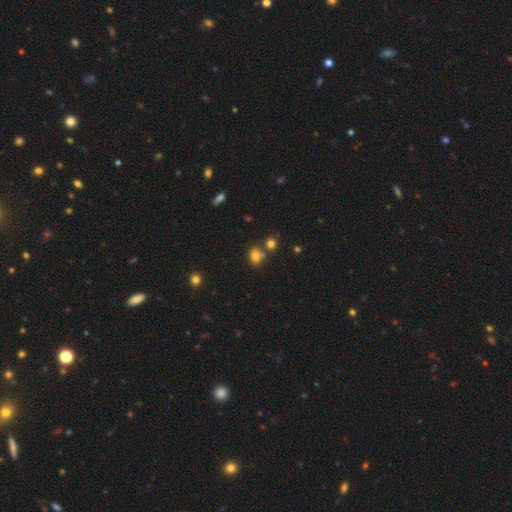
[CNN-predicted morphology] Overall: smooth (78%). How rounded: round (60%; in between 39%). Merging: none (62%; merger 24%).